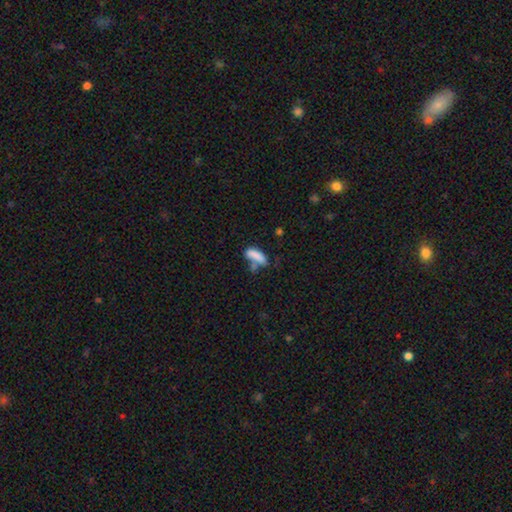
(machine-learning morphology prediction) smooth-or-featured: smooth: 78% | featured or disk: 12% | star or artifact: 10%
  how-rounded: in between: 57% | cigar-shaped: 40% | round: 3%
  merging: none: 36% | merger: 30% | minor disturbance: 19% | major disturbance: 14%